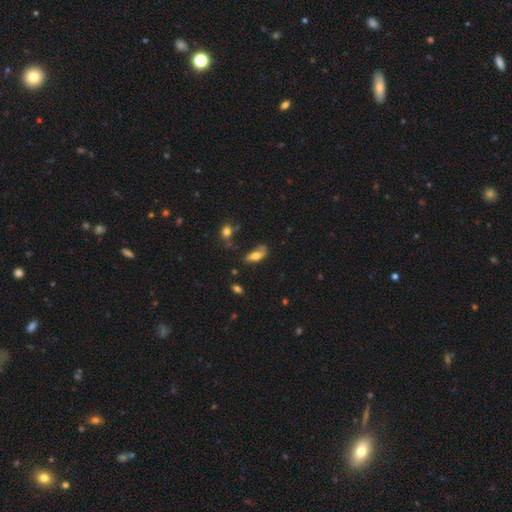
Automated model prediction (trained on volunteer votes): smooth_or_featured: smooth (p=0.66) [alt: featured or disk p=0.26]
how_rounded: in between (p=0.77) [alt: cigar-shaped p=0.19]
merging: none (p=0.39) [alt: minor disturbance p=0.32]